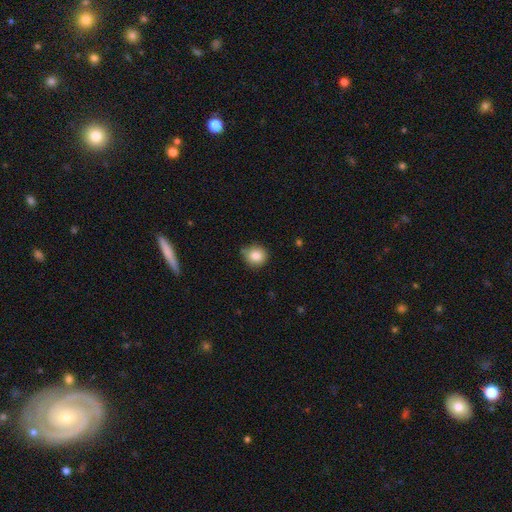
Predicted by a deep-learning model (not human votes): smooth_or_featured: smooth (p=0.84) [alt: star or artifact p=0.10]
how_rounded: round (p=0.90) [alt: in between p=0.09]
merging: none (p=0.79) [alt: minor disturbance p=0.15]